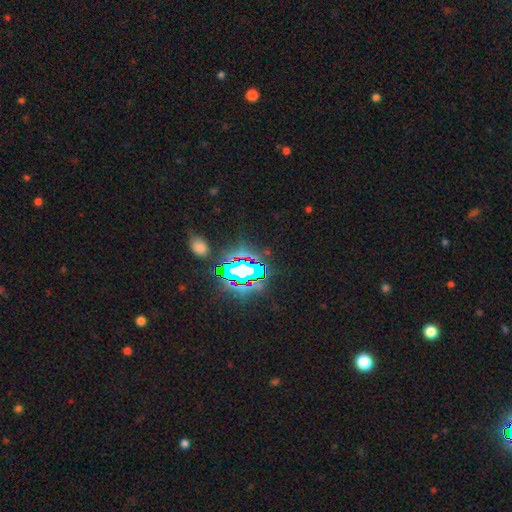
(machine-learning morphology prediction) Q: Smooth or featured?
A: star or artifact (85%); runner-up: smooth (8%)